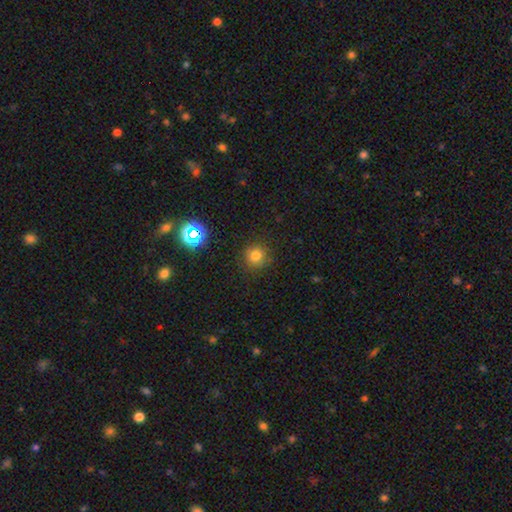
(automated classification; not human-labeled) smooth_or_featured: smooth (p=0.76) [alt: star or artifact p=0.17]
how_rounded: round (p=0.92) [alt: in between p=0.07]
merging: none (p=0.86) [alt: minor disturbance p=0.10]